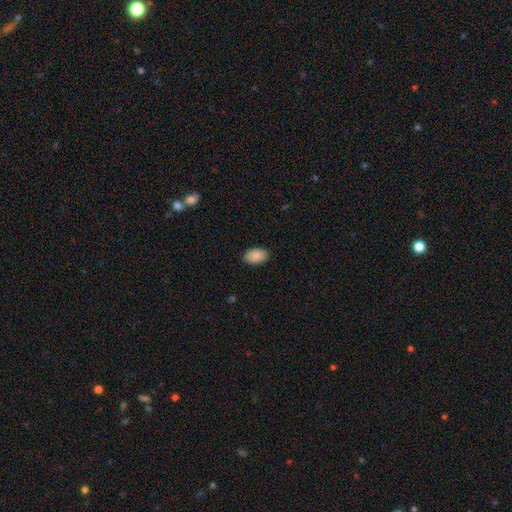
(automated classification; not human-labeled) smooth-or-featured: smooth: 90% | star or artifact: 7% | featured or disk: 3%
  how-rounded: in between: 93% | round: 6% | cigar-shaped: 1%
  merging: none: 89% | minor disturbance: 9% | major disturbance: 2% | merger: 1%